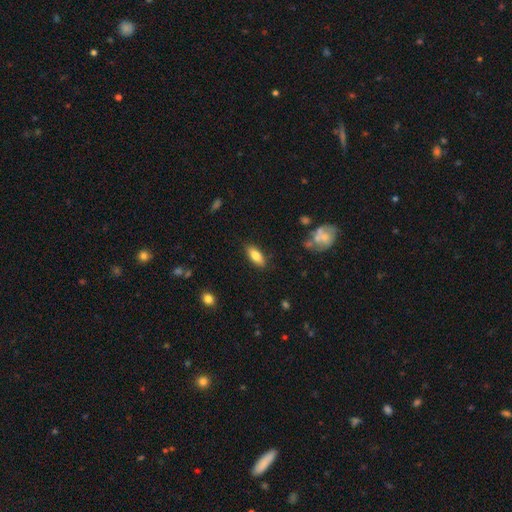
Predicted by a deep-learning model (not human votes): This is likely a smooth galaxy (75%). How rounded: likely in between (74%). Merging: clearly none (85%).